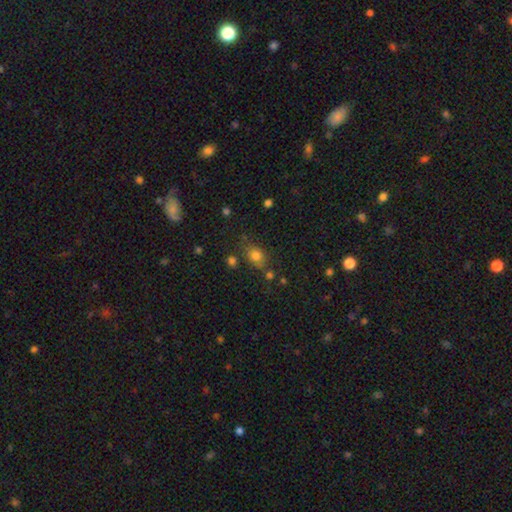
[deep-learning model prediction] A smooth galaxy with no disk features (77%) that is in between round and cigar-shaped (53%). Merging: none (67%).